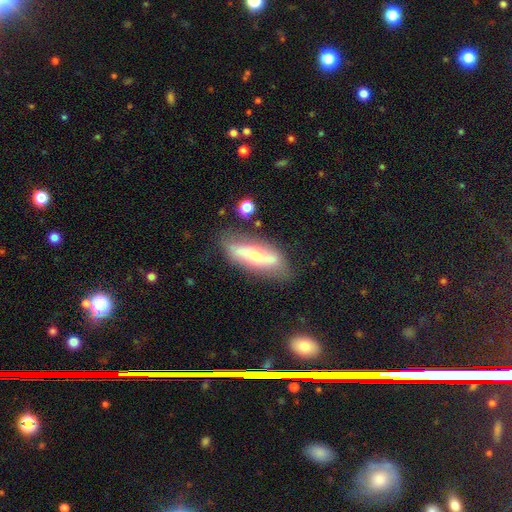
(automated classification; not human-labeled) Morphology: type=featured or disk (58%); edge-on=no (58%); merging=none (67%).